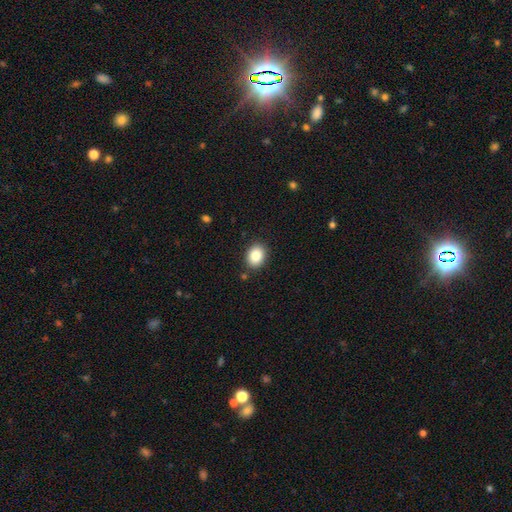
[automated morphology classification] This appears to be a smooth galaxy with no disk features (84%) that is in between round and cigar-shaped (55%). Merging: none (87%).